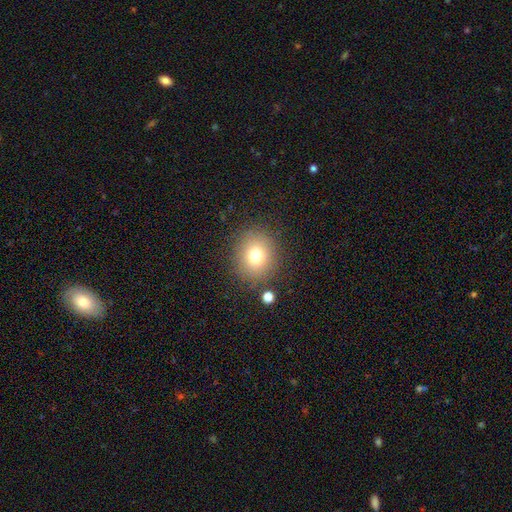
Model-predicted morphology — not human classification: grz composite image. It shows a smooth galaxy with no disk features (75%) that is round (81%). Merging: none (84%).